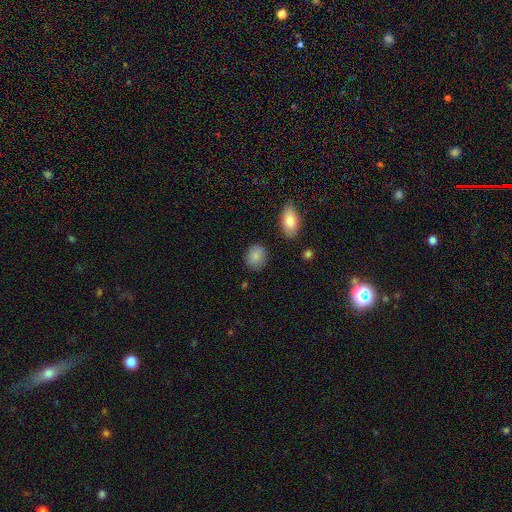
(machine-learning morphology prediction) smooth-or-featured: smooth: 87% | star or artifact: 8% | featured or disk: 5%
  how-rounded: round: 61% | in between: 37% | cigar-shaped: 1%
  merging: none: 82% | minor disturbance: 12% | major disturbance: 3% | merger: 2%